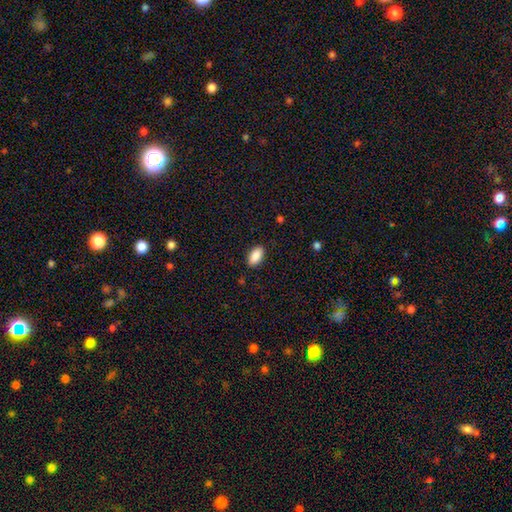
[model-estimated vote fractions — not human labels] This is clearly a smooth galaxy (88%). How rounded: clearly in between (93%). Merging: clearly none (88%).